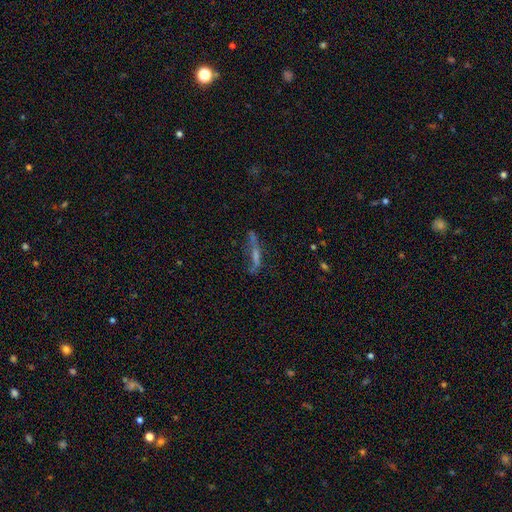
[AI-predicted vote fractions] A featured or disk galaxy (50%) viewed edge-on (62%). Merging: none (52%).